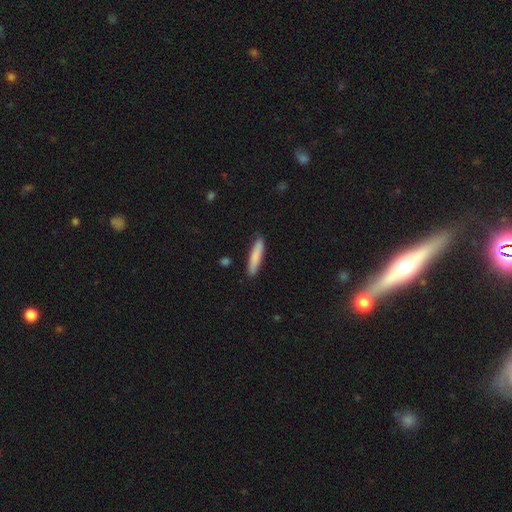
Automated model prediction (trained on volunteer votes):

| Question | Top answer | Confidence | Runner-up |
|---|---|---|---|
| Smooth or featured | smooth | 82% | featured or disk (13%) |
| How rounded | cigar-shaped | 90% | in between (9%) |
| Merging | none | 86% | minor disturbance (11%) |